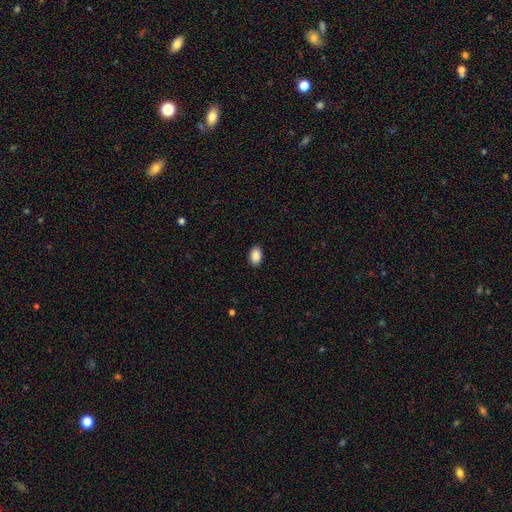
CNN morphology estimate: Smooth or featured? Predicted: smooth (p=0.90). How rounded? Predicted: in between (p=0.90). Merging? Predicted: none (p=0.90).